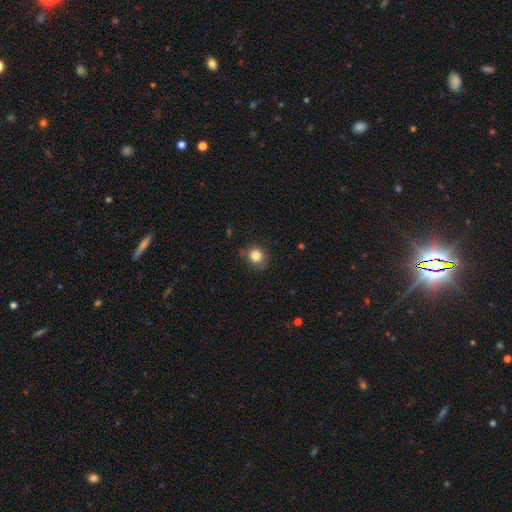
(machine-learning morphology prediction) Smooth or featured? smooth (83%)
How rounded? round (81%)
Merging? none (74%)